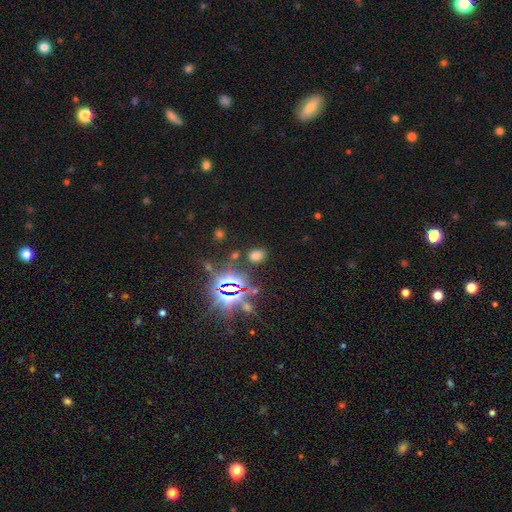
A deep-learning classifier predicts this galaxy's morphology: Smooth or featured? smooth (58%)
How rounded? in between (67%)
Merging? none (83%)